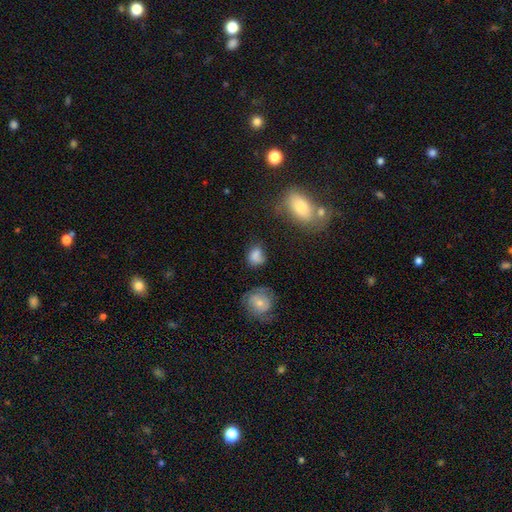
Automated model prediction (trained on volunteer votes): Q: Smooth or featured?
A: smooth (77%); runner-up: star or artifact (12%)
Q: How rounded?
A: in between (62%); runner-up: round (37%)
Q: Merging?
A: none (52%); runner-up: minor disturbance (25%)